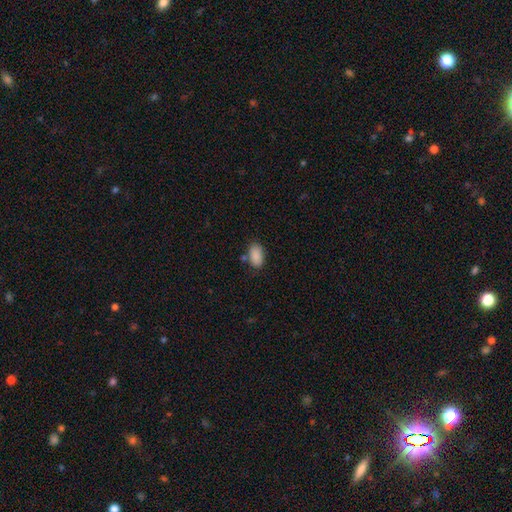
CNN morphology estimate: smooth-or-featured: smooth: 89% | star or artifact: 7% | featured or disk: 3%
  how-rounded: in between: 93% | round: 5% | cigar-shaped: 2%
  merging: none: 76% | minor disturbance: 14% | merger: 6% | major disturbance: 4%